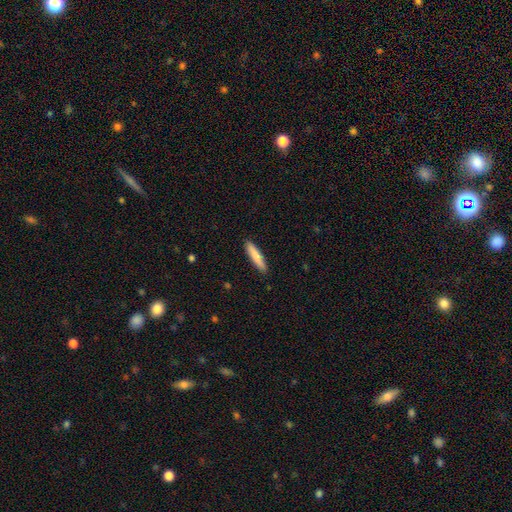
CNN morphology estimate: A smooth galaxy with no disk features (83%) that is cigar-shaped (86%). Merging: none (91%).